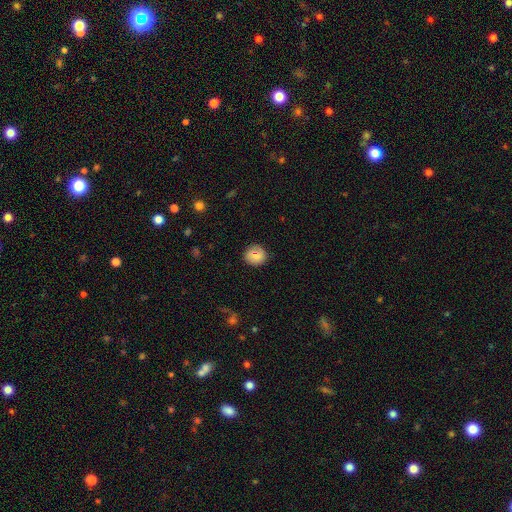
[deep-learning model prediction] Smooth or featured?
  - smooth: 79% *
  - featured or disk: 13%
  - star or artifact: 8%
How rounded?
  - round: 84% *
  - in between: 15%
  - cigar-shaped: 1%
Merging?
  - none: 81% *
  - minor disturbance: 14%
  - major disturbance: 4%
  - merger: 1%